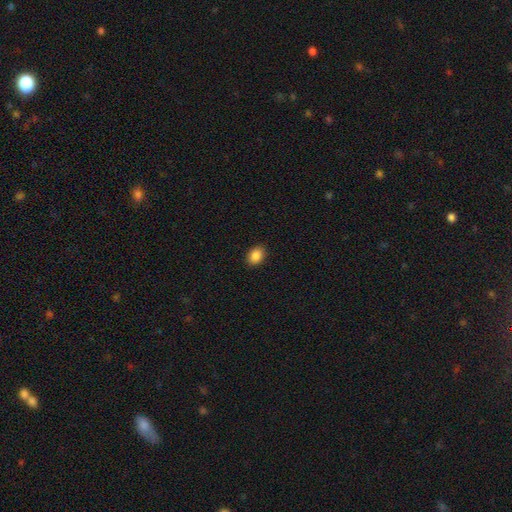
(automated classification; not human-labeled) A smooth galaxy with no disk features (87%) that is in between round and cigar-shaped (72%).

Vote fractions:
- Smooth or featured? smooth: 87% / star or artifact: 9% / featured or disk: 4%
- How rounded? in between: 72% / round: 27% / cigar-shaped: 1%
- Merging? none: 88% / minor disturbance: 9% / major disturbance: 2% / merger: 1%